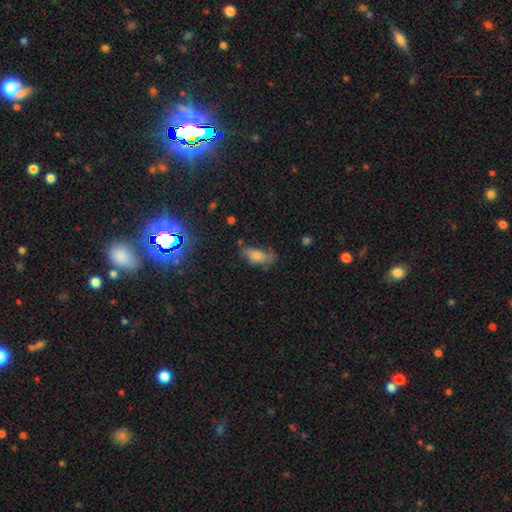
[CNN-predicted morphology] Overall: smooth (59%; star or artifact 21%). How rounded: in between (80%). Merging: none (44%; minor disturbance 33%).